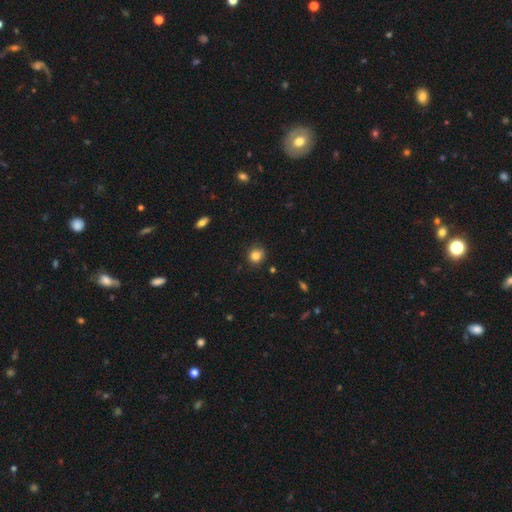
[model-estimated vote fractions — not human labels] A smooth galaxy with no disk features (83%) that is round (85%).

Vote fractions:
- Smooth or featured? smooth: 83% / star or artifact: 11% / featured or disk: 6%
- How rounded? round: 85% / in between: 14% / cigar-shaped: 1%
- Merging? none: 85% / minor disturbance: 11% / major disturbance: 2% / merger: 1%